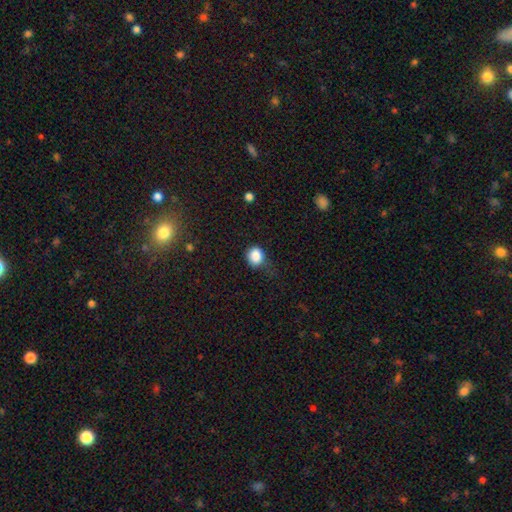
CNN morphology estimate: Smooth or featured? Predicted: smooth (p=0.85). How rounded? Predicted: round (p=0.72). Merging? Predicted: none (p=0.57).